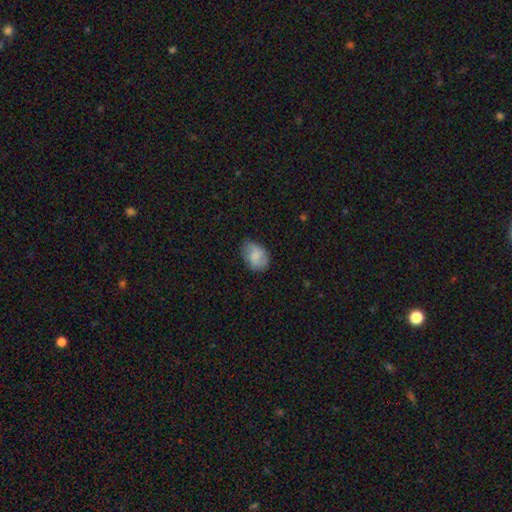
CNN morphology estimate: Smooth or featured? Predicted: smooth (p=0.73). How rounded? Predicted: in between (p=0.79). Merging? Predicted: none (p=0.68).